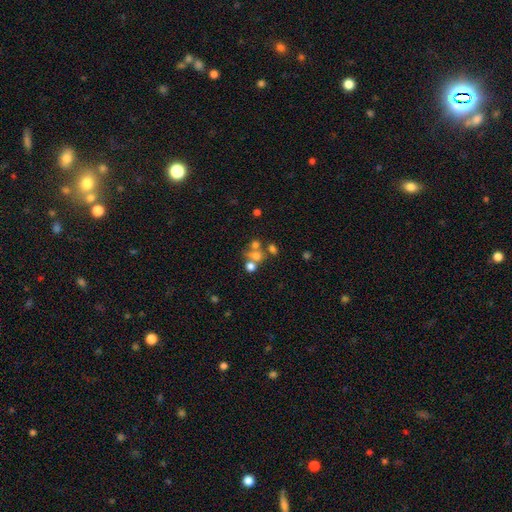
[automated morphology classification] Smooth or featured?
  - smooth: 59% *
  - featured or disk: 21%
  - star or artifact: 20%
How rounded?
  - round: 67% *
  - in between: 32%
  - cigar-shaped: 2%
Merging?
  - merger: 47% *
  - none: 37%
  - minor disturbance: 8%
  - major disturbance: 8%